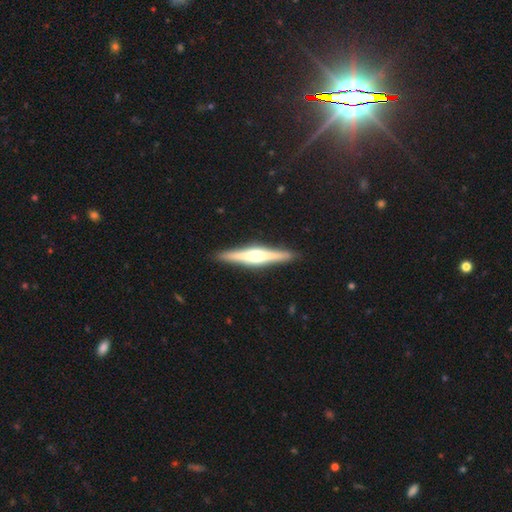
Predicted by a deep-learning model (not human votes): Smooth or featured? featured or disk (75%)
Edge-on disk? yes (98%)
Edge-on bulge? rounded (88%)
Merging? none (91%)